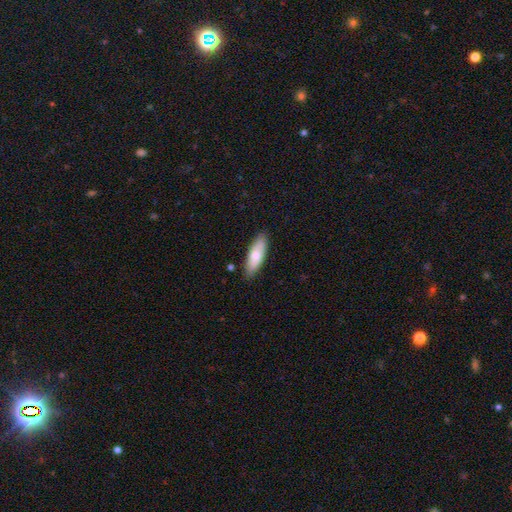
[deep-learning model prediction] Smooth or featured?
  - smooth: 74% *
  - featured or disk: 20%
  - star or artifact: 6%
How rounded?
  - in between: 58% *
  - cigar-shaped: 41%
  - round: 2%
Merging?
  - none: 83% *
  - minor disturbance: 13%
  - major disturbance: 2%
  - merger: 2%